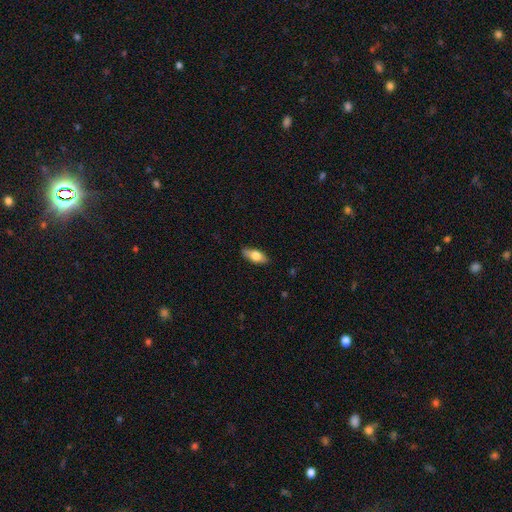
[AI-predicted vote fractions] Q: Smooth or featured?
A: smooth (72%); runner-up: featured or disk (22%)
Q: How rounded?
A: in between (83%); runner-up: cigar-shaped (14%)
Q: Merging?
A: none (86%); runner-up: minor disturbance (11%)